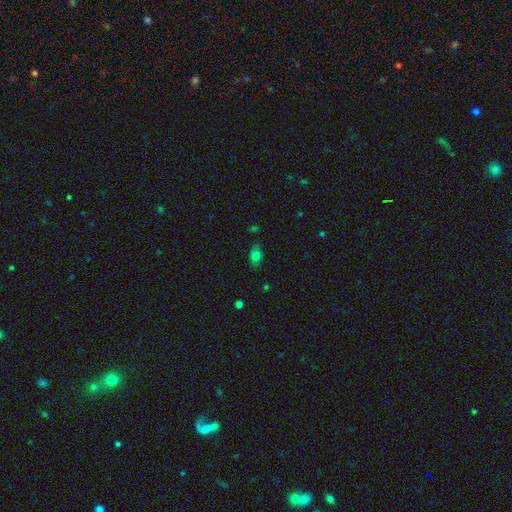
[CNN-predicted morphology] smooth 76%, star or artifact 14%, featured or disk 9%. Down the decision tree: how rounded — in between (81%); merging — none (77%).